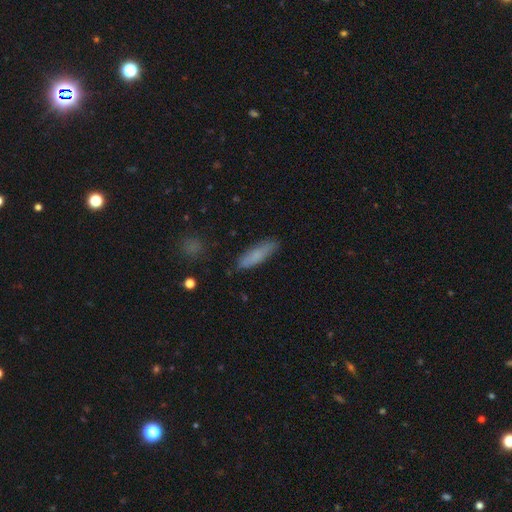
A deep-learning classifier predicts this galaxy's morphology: The model was most divided on "how rounded": cigar-shaped: 67%, in between: 31%, round: 2%. More confident: merging — none (83%); smooth or featured — smooth (76%).